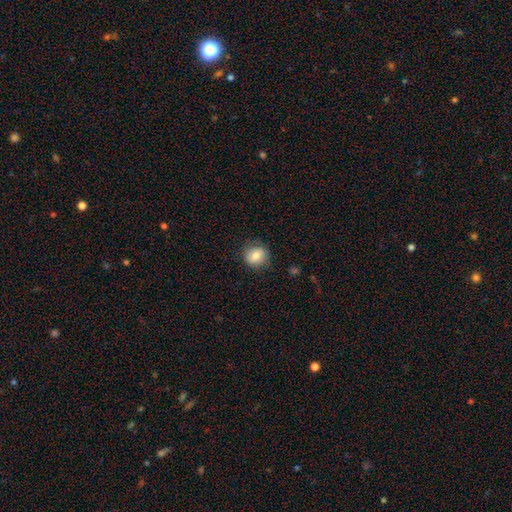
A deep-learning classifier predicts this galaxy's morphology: Smooth or featured: smooth — 76% (featured or disk — 16%)
How rounded: round — 80% (in between — 19%)
Merging: none — 77% (minor disturbance — 17%)